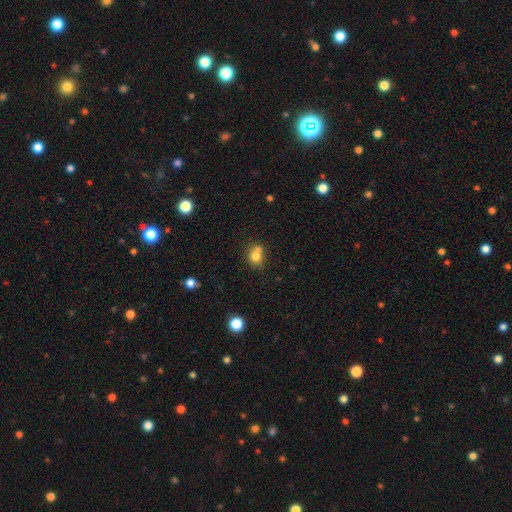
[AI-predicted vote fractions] The model was most divided on "merging": none: 45%, merger: 39%, minor disturbance: 12%, major disturbance: 4%. More confident: smooth or featured — smooth (76%); how rounded — round (75%).